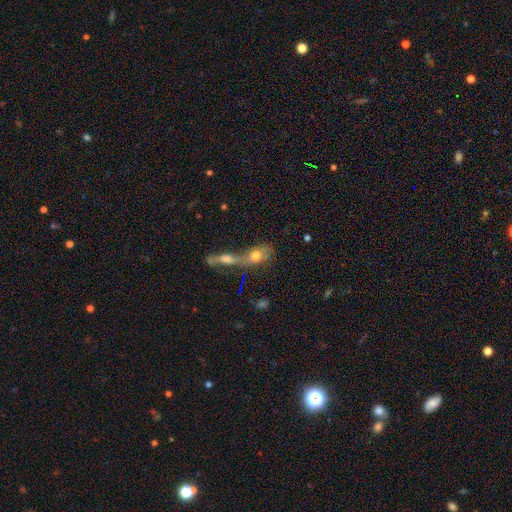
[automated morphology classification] smooth_or_featured: smooth (p=0.59) [alt: featured or disk p=0.29]
how_rounded: in between (p=0.70) [alt: round p=0.17]
merging: merger (p=0.69) [alt: none p=0.18]